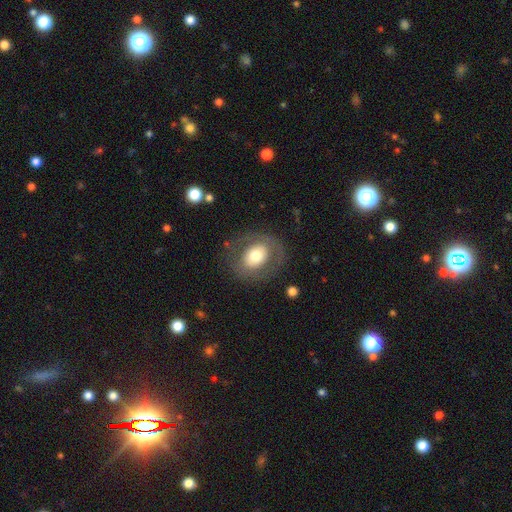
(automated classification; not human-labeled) This is possibly a smooth galaxy (56%). How rounded: possibly round (54%). Merging: likely none (75%).